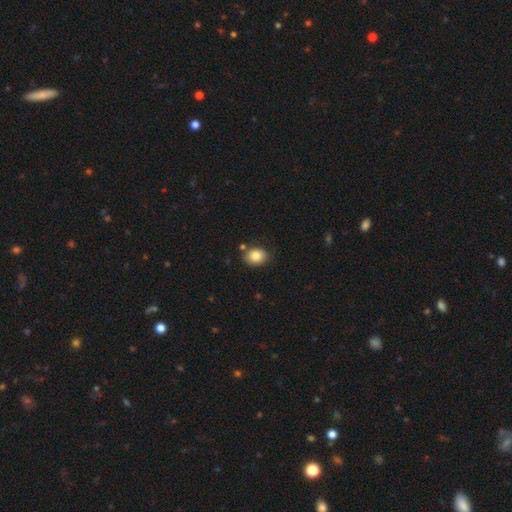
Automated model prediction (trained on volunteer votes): This appears to be a smooth galaxy with no disk features (84%) that is in between round and cigar-shaped (51%). Merging: none (79%).